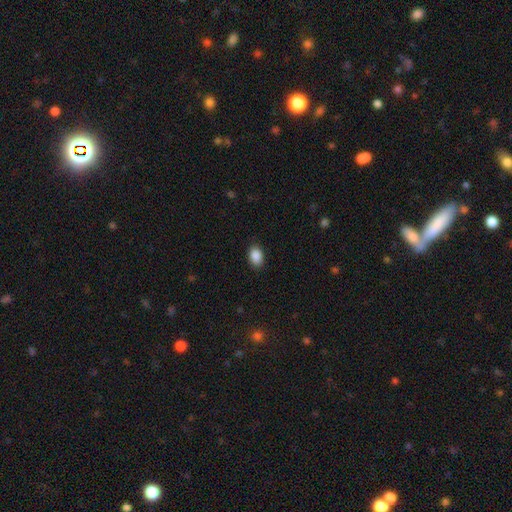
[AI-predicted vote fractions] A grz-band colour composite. It shows a smooth galaxy with no disk features (89%) that is in between round and cigar-shaped (85%). Merging: none (88%).